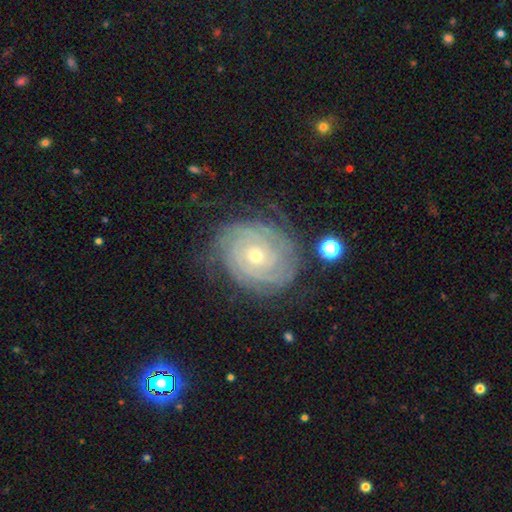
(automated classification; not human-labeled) A featured or disk galaxy (87%) with no bar (77%), tight (86%) spiral arms (97%) and a small central bulge (61%).

Vote fractions:
- Smooth or featured? featured or disk: 87% / smooth: 7% / star or artifact: 6%
- Edge-on disk? no: 97% / yes: 3%
- Bar? no: 77% / weak: 17% / strong: 5%
- Spiral arms? yes: 97% / no: 3%
- Spiral winding? tight: 86% / medium: 12% / loose: 2%
- Spiral arm count? can't tell: 30% / 4: 20% / 3: 19% / 2: 16% / more than 4: 9% / 1: 7%
- Bulge size? small: 61% / moderate: 36% / large: 1% / none: 1% / dominant: 1%
- Merging? none: 77% / minor disturbance: 15% / major disturbance: 6% / merger: 2%